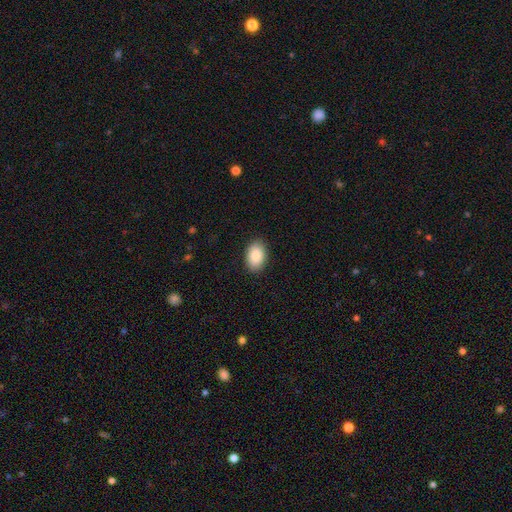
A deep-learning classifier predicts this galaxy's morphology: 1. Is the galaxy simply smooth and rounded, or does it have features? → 88% smooth, 7% star or artifact, 5% featured or disk.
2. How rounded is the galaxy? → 89% in between, 10% round, 1% cigar-shaped.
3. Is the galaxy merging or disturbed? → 89% none, 8% minor disturbance, 2% major disturbance, 1% merger.